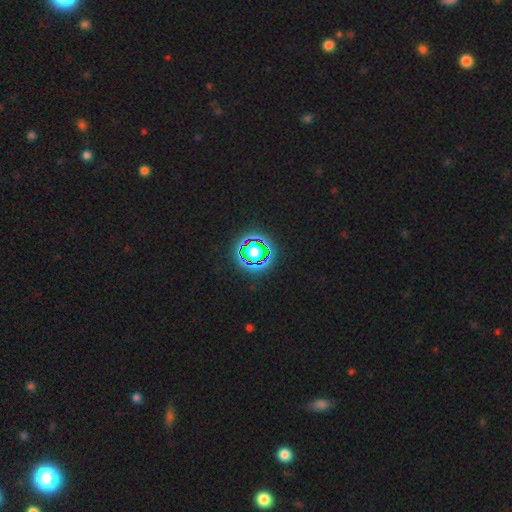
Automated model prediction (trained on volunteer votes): star or artifact 78%, smooth 14%, featured or disk 7%.